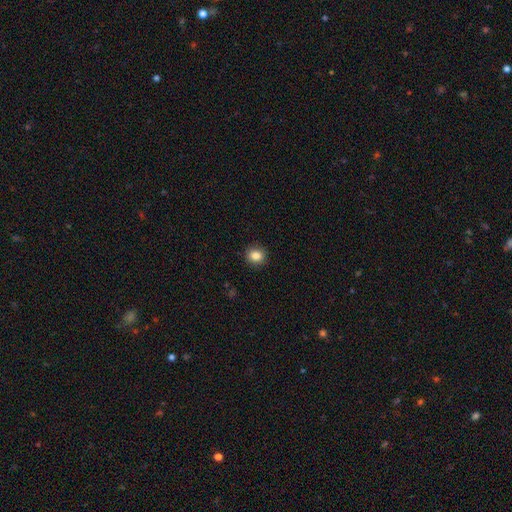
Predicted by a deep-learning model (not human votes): A smooth galaxy with no disk features (85%) that is round (82%).

Vote fractions:
- Smooth or featured? smooth: 85% / star or artifact: 10% / featured or disk: 5%
- How rounded? round: 82% / in between: 17% / cigar-shaped: 1%
- Merging? none: 91% / minor disturbance: 6% / major disturbance: 2% / merger: 1%